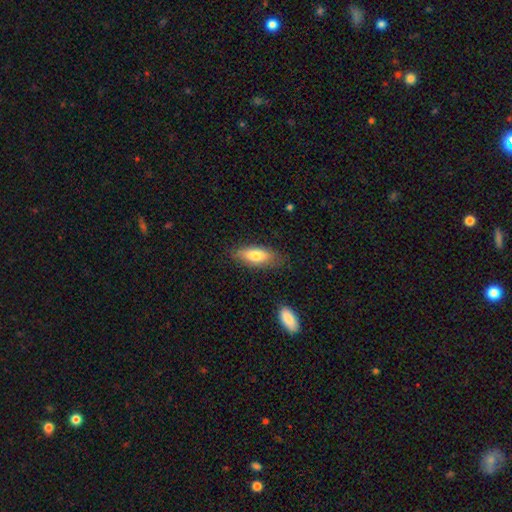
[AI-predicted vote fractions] Q: Smooth or featured?
A: smooth (75%); runner-up: featured or disk (19%)
Q: How rounded?
A: in between (70%); runner-up: cigar-shaped (28%)
Q: Merging?
A: none (79%); runner-up: minor disturbance (16%)